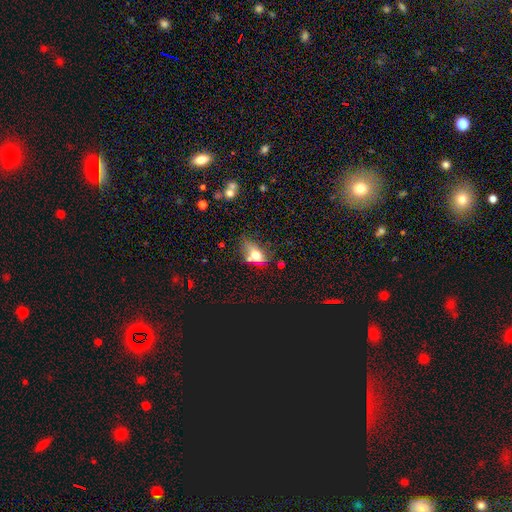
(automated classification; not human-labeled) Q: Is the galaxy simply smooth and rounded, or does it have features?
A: smooth — 64%.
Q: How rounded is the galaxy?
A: in between — 76%.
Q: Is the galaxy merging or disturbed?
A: none — 38%.